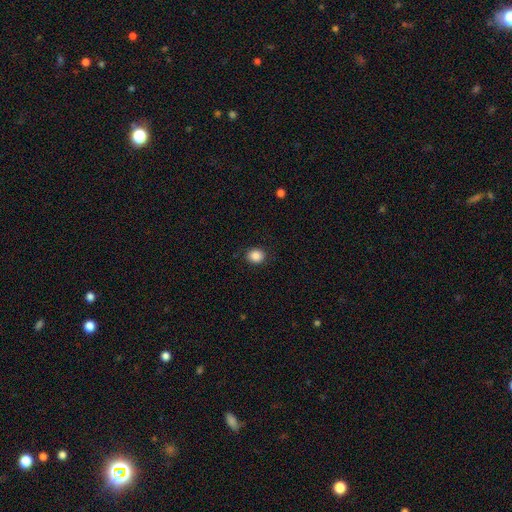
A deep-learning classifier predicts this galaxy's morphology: The model was most divided on "how rounded": round: 73%, in between: 26%, cigar-shaped: 1%. More confident: merging — none (88%); smooth or featured — smooth (88%).